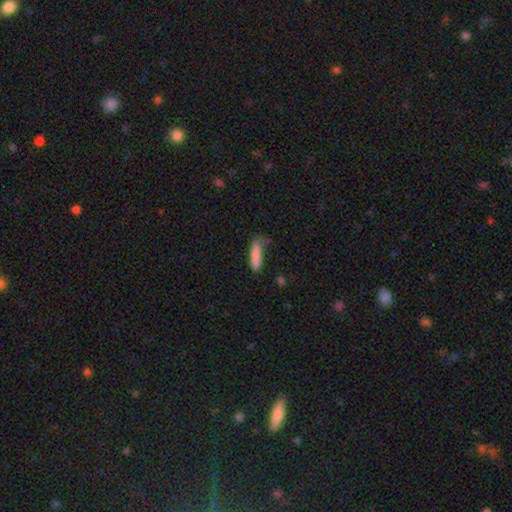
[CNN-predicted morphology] Smooth or featured? Predicted: smooth (p=0.86). How rounded? Predicted: cigar-shaped (p=0.69). Merging? Predicted: none (p=0.62).